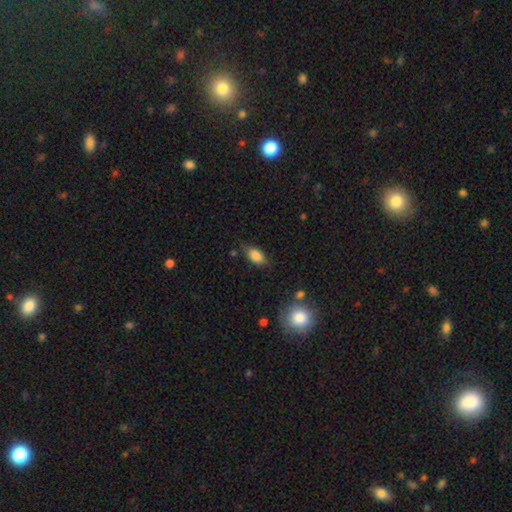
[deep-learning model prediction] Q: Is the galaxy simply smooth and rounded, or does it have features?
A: smooth — 85%.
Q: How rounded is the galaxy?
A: in between — 89%.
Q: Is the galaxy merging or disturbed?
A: none — 72%.